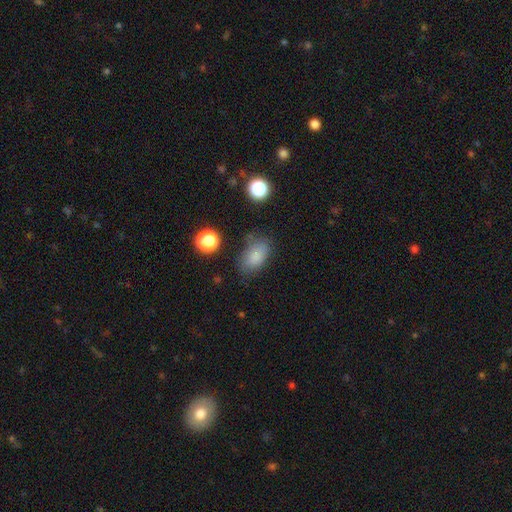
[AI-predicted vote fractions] Smooth or featured?
  - smooth: 79% *
  - star or artifact: 12%
  - featured or disk: 9%
How rounded?
  - in between: 87% *
  - round: 11%
  - cigar-shaped: 2%
Merging?
  - none: 65% *
  - minor disturbance: 22%
  - major disturbance: 8%
  - merger: 5%